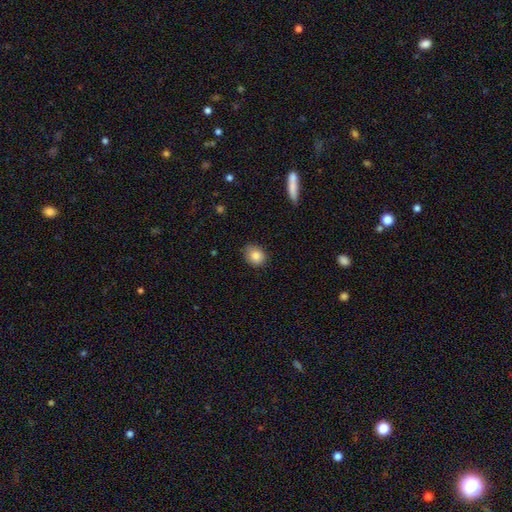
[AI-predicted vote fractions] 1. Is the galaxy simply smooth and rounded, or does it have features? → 85% smooth, 9% star or artifact, 6% featured or disk.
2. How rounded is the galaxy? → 58% round, 40% in between, 1% cigar-shaped.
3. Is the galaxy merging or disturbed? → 79% none, 17% minor disturbance, 3% major disturbance, 1% merger.